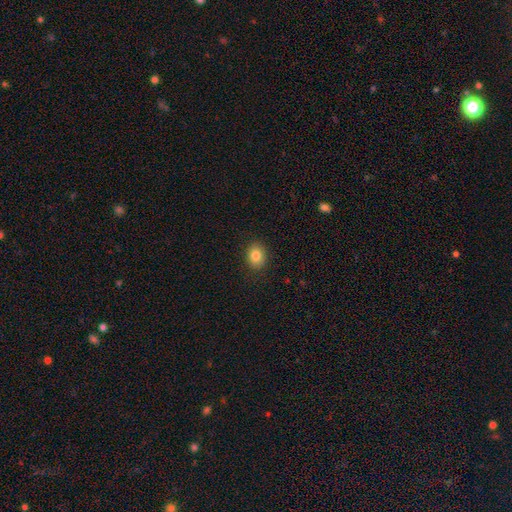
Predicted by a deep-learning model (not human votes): smooth-or-featured: smooth: 83% | star or artifact: 9% | featured or disk: 7%
  how-rounded: in between: 55% | round: 44% | cigar-shaped: 1%
  merging: none: 89% | minor disturbance: 8% | major disturbance: 2% | merger: 1%